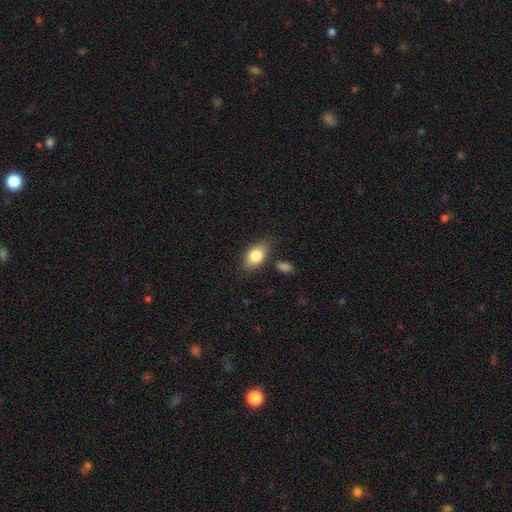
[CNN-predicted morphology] This appears to be a smooth galaxy with no disk features (82%) that is in between round and cigar-shaped (87%). Merging: none (76%).